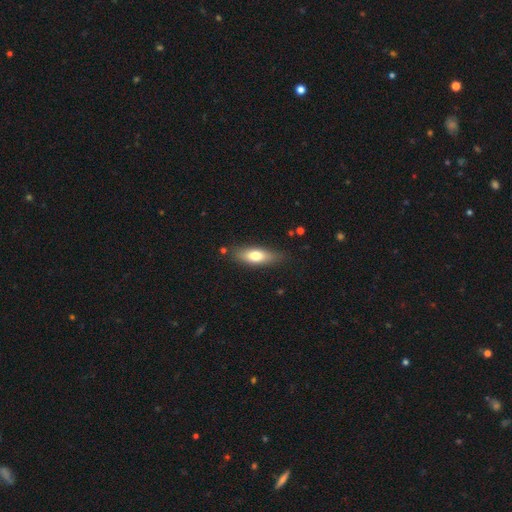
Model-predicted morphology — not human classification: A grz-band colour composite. It shows a smooth galaxy with no disk features (69%) that is in between round and cigar-shaped (60%). Merging: none (81%).